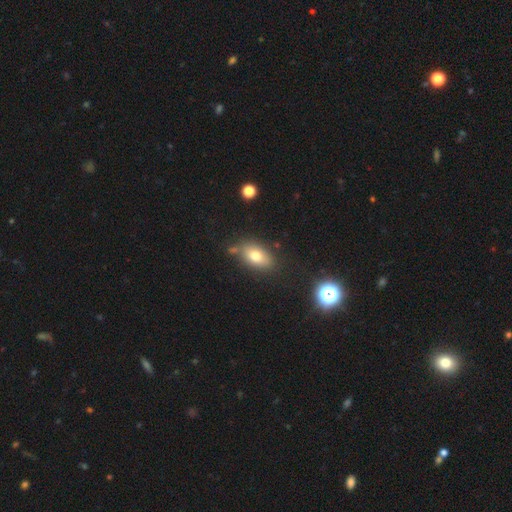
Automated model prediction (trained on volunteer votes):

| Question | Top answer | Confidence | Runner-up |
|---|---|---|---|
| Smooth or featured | smooth | 74% | featured or disk (15%) |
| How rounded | in between | 86% | round (11%) |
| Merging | none | 74% | minor disturbance (15%) |